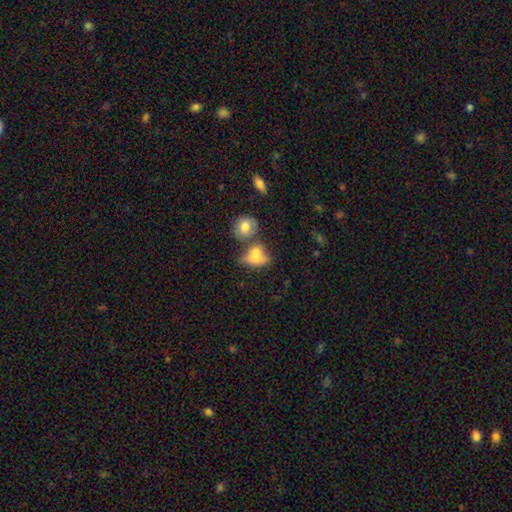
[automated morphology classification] The model was most divided on "merging": merger: 51%, none: 29%, minor disturbance: 13%, major disturbance: 8%. More confident: smooth or featured — smooth (69%); how rounded — in between (65%).